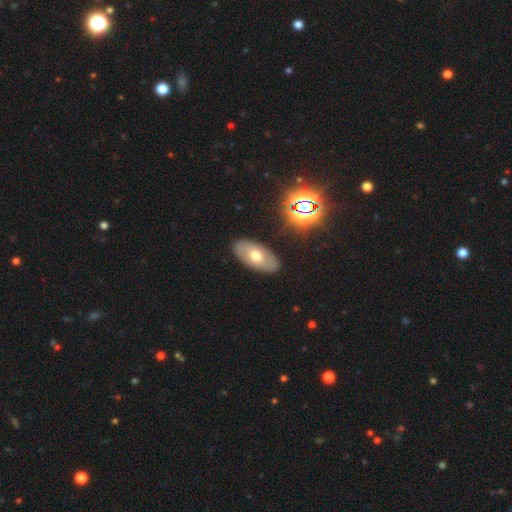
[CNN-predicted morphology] smooth 51%, featured or disk 40%, star or artifact 10%. Down the decision tree: how rounded — in between (92%); merging — none (86%).